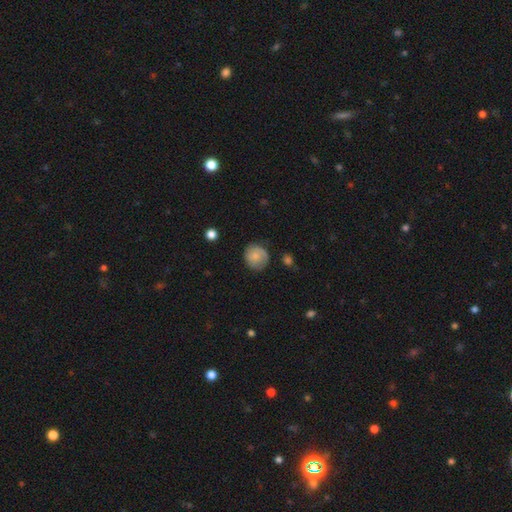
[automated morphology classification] A smooth galaxy with no disk features (66%) that is round (86%). Merging: none (72%).